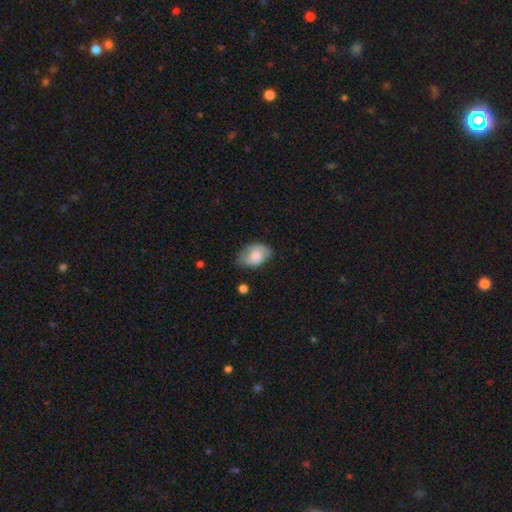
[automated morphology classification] This is likely a smooth galaxy (65%). How rounded: clearly in between (82%). Merging: possibly none (53%).